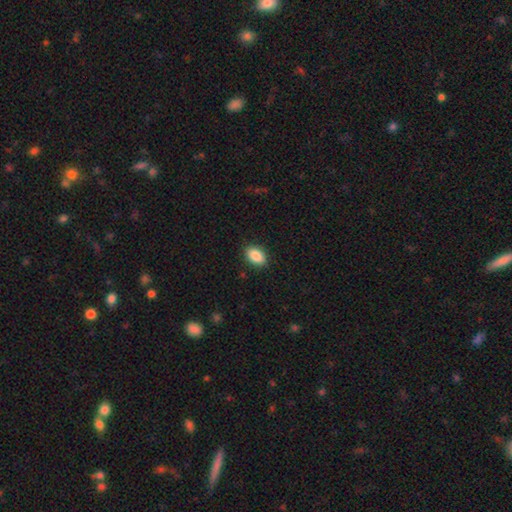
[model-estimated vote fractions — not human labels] A smooth galaxy with no disk features (88%) that is in between round and cigar-shaped (88%). Merging: none (89%).